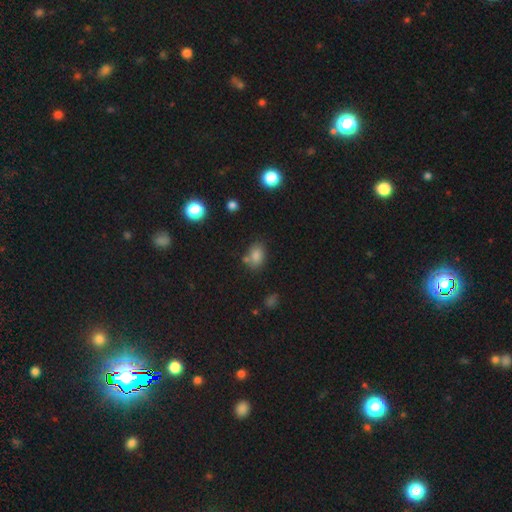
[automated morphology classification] A smooth galaxy with no disk features (80%) that is in between round and cigar-shaped (77%).

Vote fractions:
- Smooth or featured? smooth: 80% / star or artifact: 13% / featured or disk: 7%
- How rounded? in between: 77% / round: 21% / cigar-shaped: 2%
- Merging? none: 65% / minor disturbance: 16% / merger: 15% / major disturbance: 5%